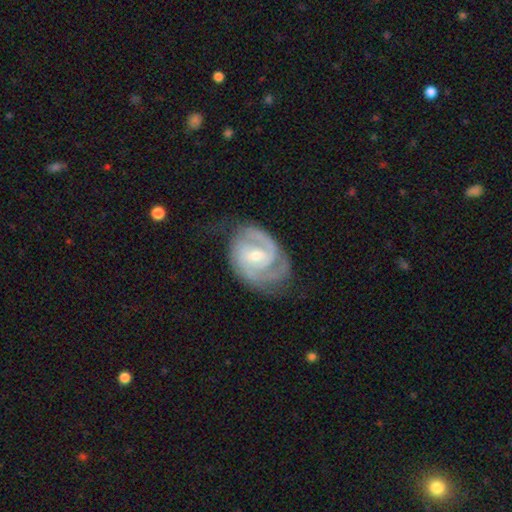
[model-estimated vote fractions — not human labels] The model was most divided on "bulge size" (2-way tie): moderate: 48%, small: 48%, large: 2%, none: 1%, dominant: 1%. More confident: edge-on disk — no (98%); spiral arms — yes (97%); smooth or featured — featured or disk (89%); merging — none (64%); spiral arm count — 2 (63%); spiral winding — tight (58%); bar — weak (50%).